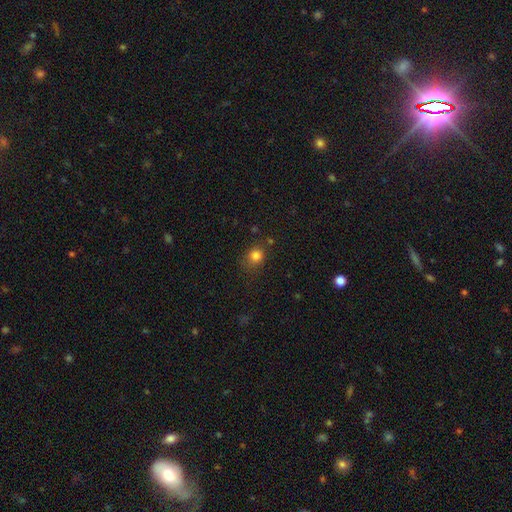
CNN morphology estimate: A smooth galaxy with no disk features (81%) that is round (71%). Merging: none (68%).